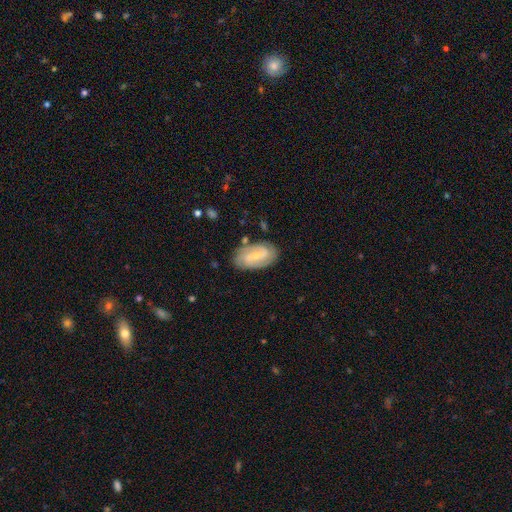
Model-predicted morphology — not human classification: Smooth or featured? featured or disk (78%)
Edge-on disk? no (96%)
Bar? weak (51%)
Spiral arms? yes (95%)
Spiral winding? medium (43%)
Spiral arm count? 2 (69%)
Bulge size? small (70%)
Merging? none (80%)